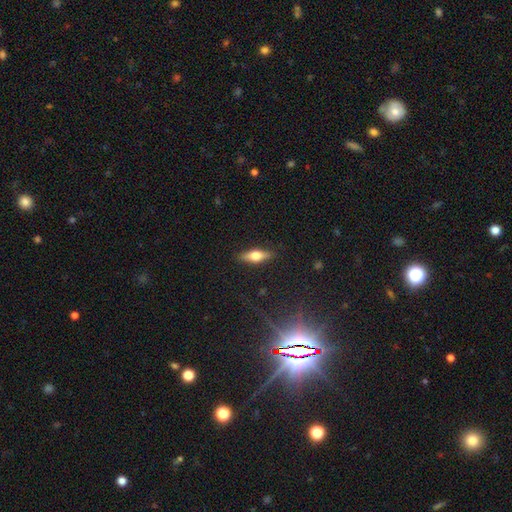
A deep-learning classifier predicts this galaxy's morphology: The model was most divided on "how rounded": in between: 51%, cigar-shaped: 45%, round: 3%. More confident: merging — none (89%); smooth or featured — smooth (51%).